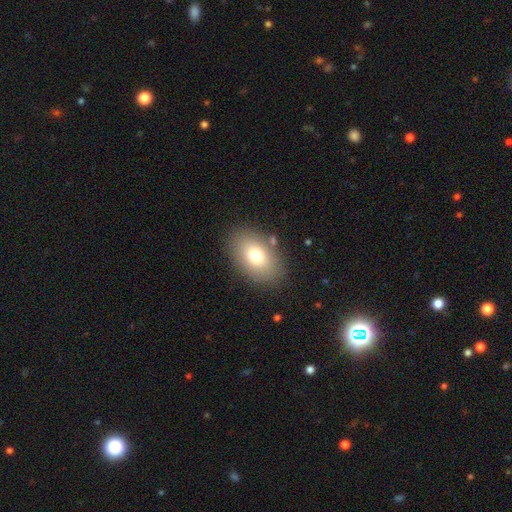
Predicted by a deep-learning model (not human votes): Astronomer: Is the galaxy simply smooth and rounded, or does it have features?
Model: smooth — 74%.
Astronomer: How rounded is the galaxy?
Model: in between — 85%.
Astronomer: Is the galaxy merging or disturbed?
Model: none — 83%.